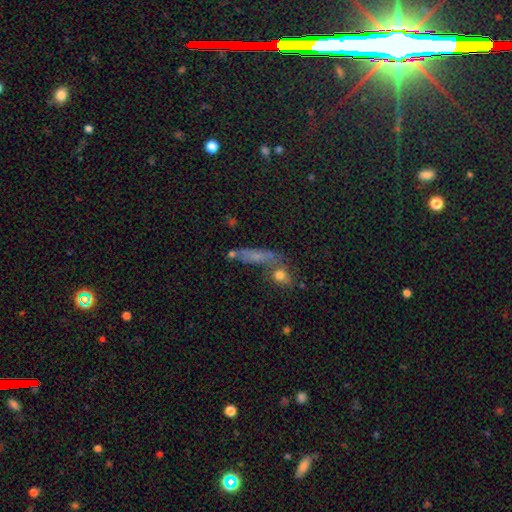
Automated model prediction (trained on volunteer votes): This is possibly a smooth galaxy (48%). Merging: possibly none (54%).